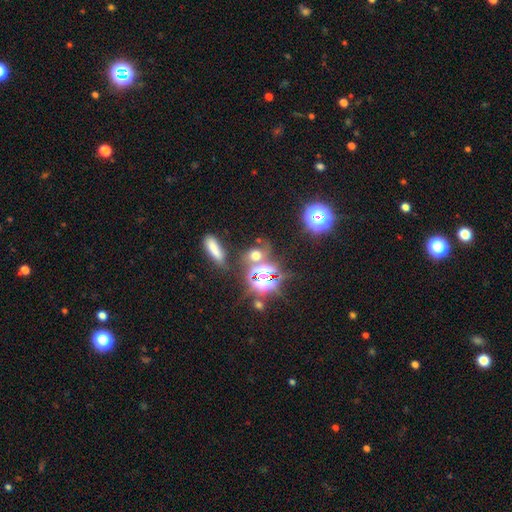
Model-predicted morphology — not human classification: type=star or artifact (49%).